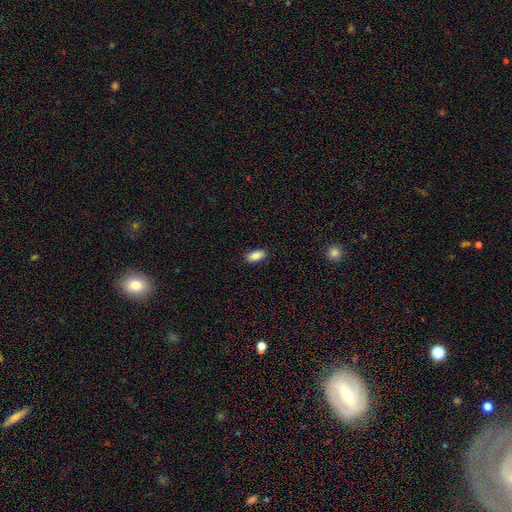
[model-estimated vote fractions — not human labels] Smooth or featured? smooth (88%)
How rounded? in between (91%)
Merging? none (87%)